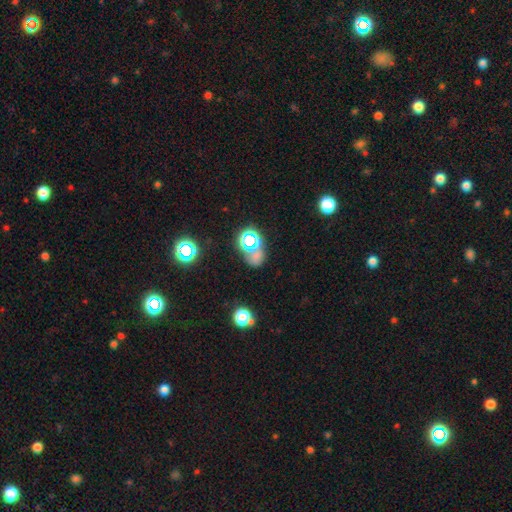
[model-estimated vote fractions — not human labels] smooth_or_featured: star or artifact (p=0.47) [alt: smooth p=0.42]